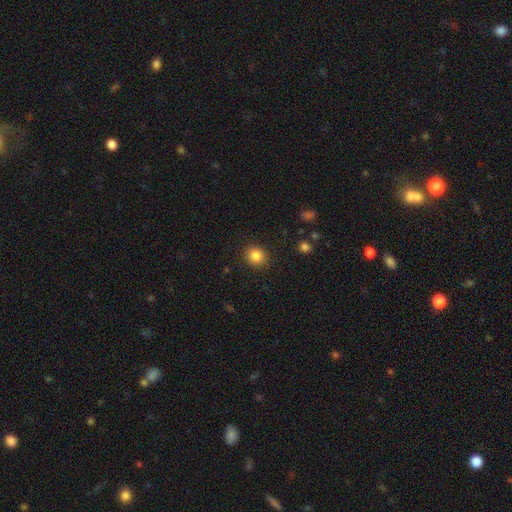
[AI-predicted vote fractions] A smooth galaxy with no disk features (85%) that is round (79%).

Vote fractions:
- Smooth or featured? smooth: 85% / star or artifact: 10% / featured or disk: 5%
- How rounded? round: 79% / in between: 21% / cigar-shaped: 1%
- Merging? none: 90% / minor disturbance: 7% / major disturbance: 2% / merger: 1%